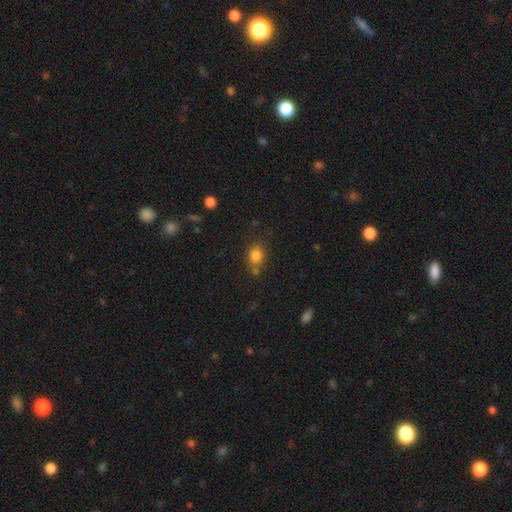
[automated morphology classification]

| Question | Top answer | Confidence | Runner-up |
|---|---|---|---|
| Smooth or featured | smooth | 82% | star or artifact (11%) |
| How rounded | in between | 56% | round (43%) |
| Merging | none | 66% | minor disturbance (15%) |